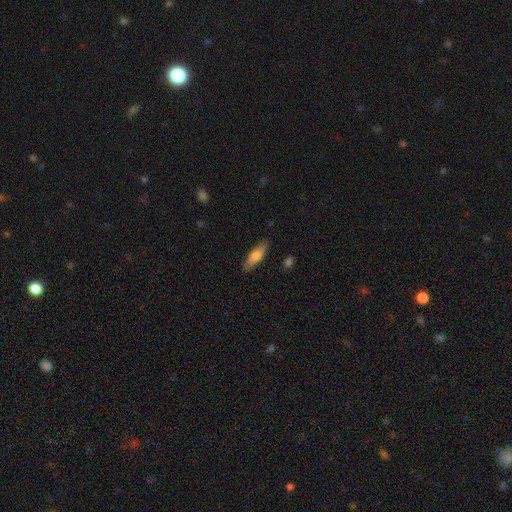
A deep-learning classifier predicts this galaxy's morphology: A smooth galaxy with no disk features (70%) that is cigar-shaped (58%). Merging: none (88%).